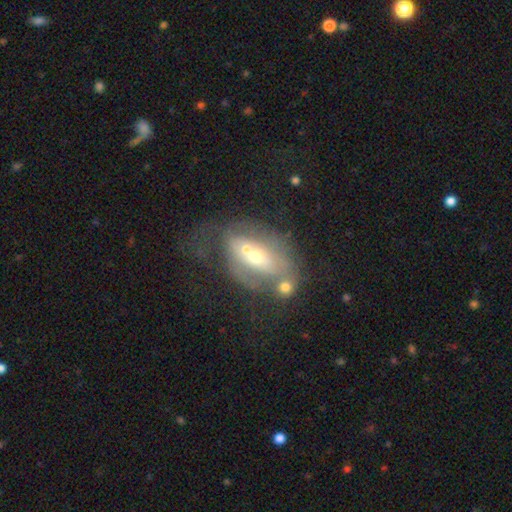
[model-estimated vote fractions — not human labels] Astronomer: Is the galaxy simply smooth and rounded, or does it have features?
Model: featured or disk — 59%.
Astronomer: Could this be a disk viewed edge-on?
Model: no — 93%.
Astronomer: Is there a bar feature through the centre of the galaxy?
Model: no — 75%.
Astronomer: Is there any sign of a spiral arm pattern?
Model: no — 67%.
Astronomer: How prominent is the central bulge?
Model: moderate — 53% (runner-up: small, 39%).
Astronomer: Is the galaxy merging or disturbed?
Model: merger — 39% (runner-up: major disturbance, 24%).